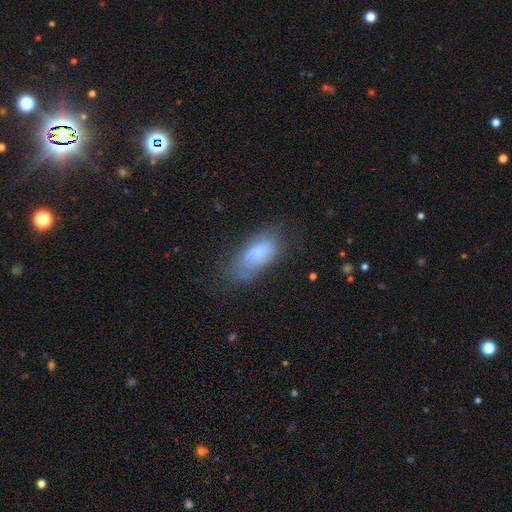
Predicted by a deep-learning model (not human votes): Smooth or featured: smooth — 67% (featured or disk — 22%)
How rounded: in between — 84% (cigar-shaped — 13%)
Merging: none — 56% (minor disturbance — 28%)